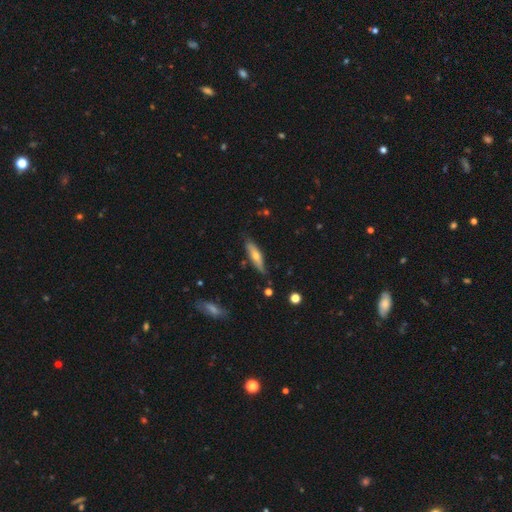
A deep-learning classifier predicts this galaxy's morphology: type=smooth (47%, tied with featured or disk); merging=none (70%).